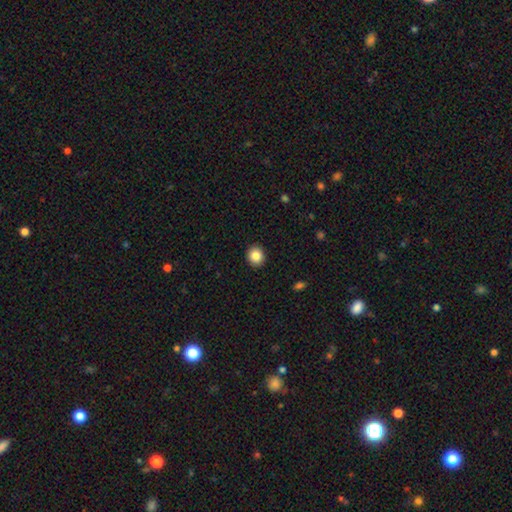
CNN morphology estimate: The model was most divided on "how rounded": round: 79%, in between: 20%, cigar-shaped: 1%. More confident: merging — none (92%); smooth or featured — smooth (85%).